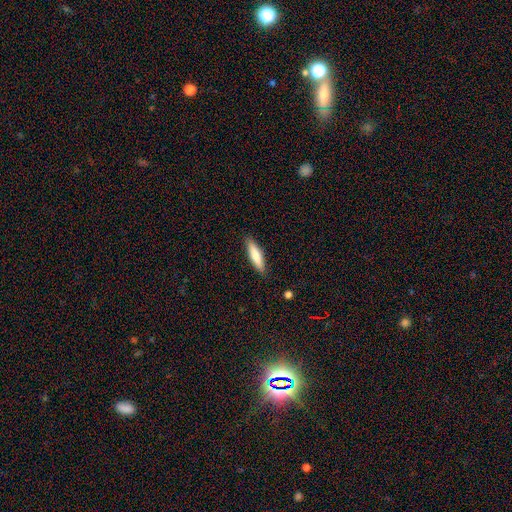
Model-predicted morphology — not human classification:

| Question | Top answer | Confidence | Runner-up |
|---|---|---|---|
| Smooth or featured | smooth | 76% | featured or disk (18%) |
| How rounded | cigar-shaped | 71% | in between (27%) |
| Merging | none | 88% | minor disturbance (9%) |